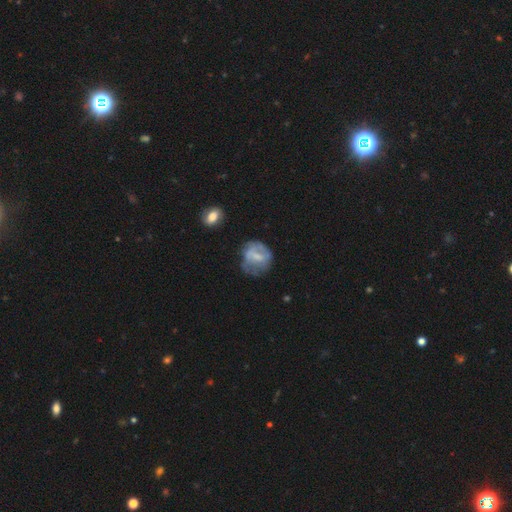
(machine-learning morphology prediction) Smooth or featured?
  - featured or disk: 51% *
  - smooth: 40%
  - star or artifact: 9%
Edge-on disk?
  - no: 97% *
  - yes: 3%
Merging?
  - none: 50% *
  - minor disturbance: 26%
  - major disturbance: 20%
  - merger: 4%